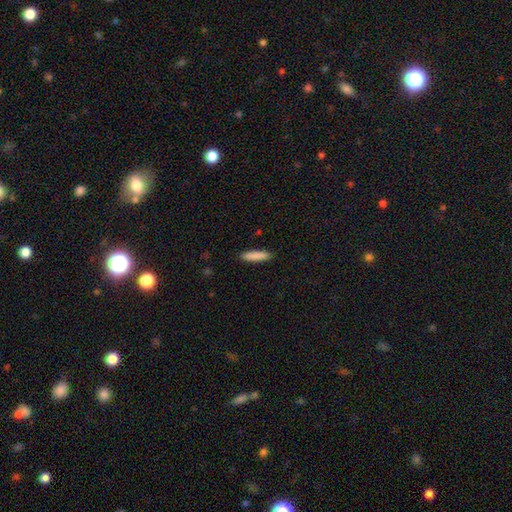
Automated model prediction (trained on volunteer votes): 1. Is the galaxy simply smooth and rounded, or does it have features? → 88% smooth, 6% featured or disk, 6% star or artifact.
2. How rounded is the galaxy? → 80% cigar-shaped, 19% in between, 1% round.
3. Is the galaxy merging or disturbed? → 90% none, 7% minor disturbance, 2% major disturbance, 1% merger.